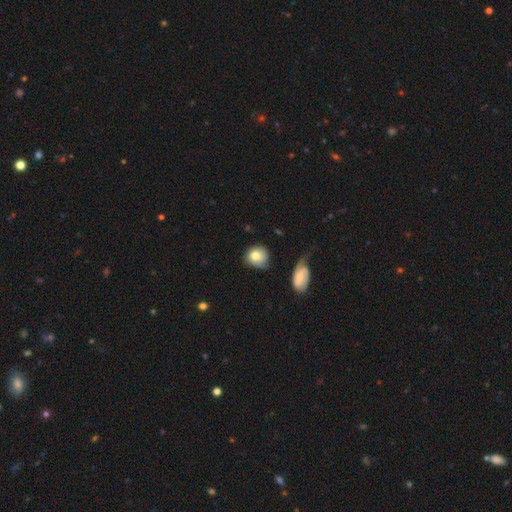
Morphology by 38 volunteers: Smooth or featured? 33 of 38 (87%) said smooth. How rounded? 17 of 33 (52%) said round. Merging? 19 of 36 (53%) said minor disturbance.